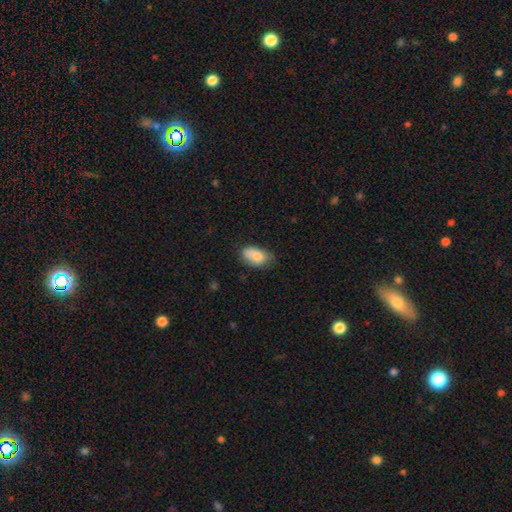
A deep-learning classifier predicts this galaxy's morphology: smooth 81%, featured or disk 12%, star or artifact 7%. Down the decision tree: how rounded — in between (91%); merging — none (60%).